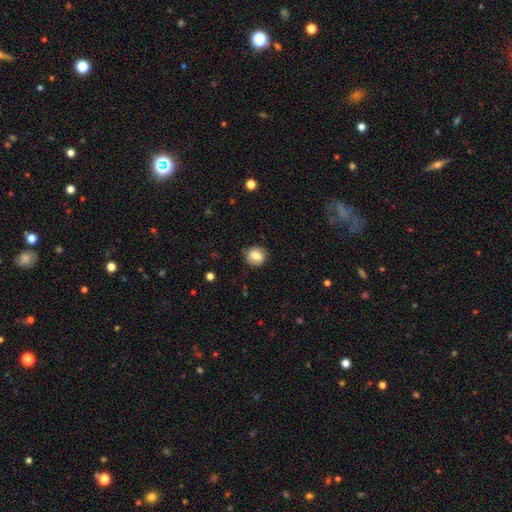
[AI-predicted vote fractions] Smooth or featured? smooth (73%)
How rounded? round (71%)
Merging? none (81%)